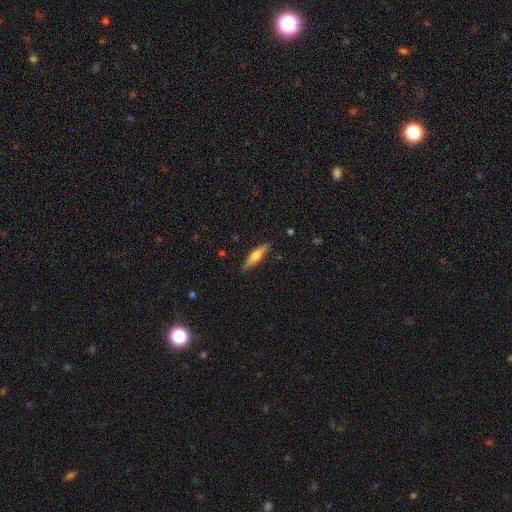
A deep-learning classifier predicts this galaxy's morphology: This appears to be a featured or disk galaxy (56%) viewed edge-on (95%) with a rounded central bulge (90%). Merging: none (88%).